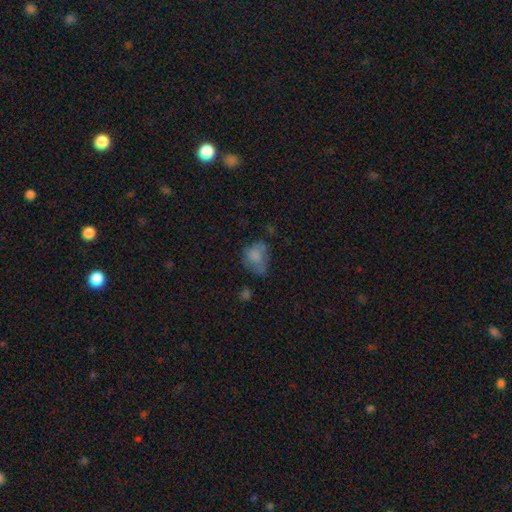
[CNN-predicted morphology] A smooth galaxy with no disk features (69%) that is in between round and cigar-shaped (55%). Merging: none (39%).